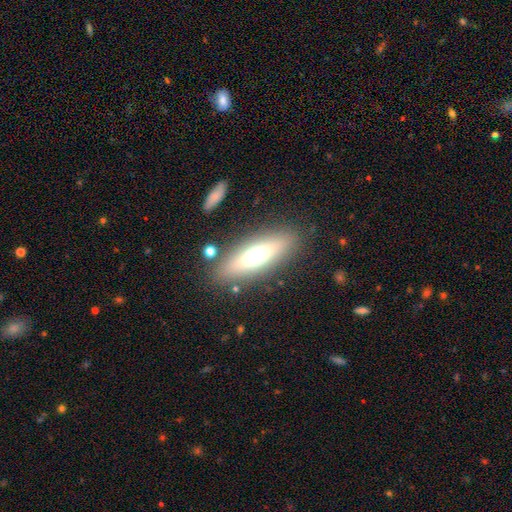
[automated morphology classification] Smooth or featured: smooth — 54% (featured or disk — 36%)
How rounded: in between — 52% (cigar-shaped — 45%)
Merging: none — 83% (minor disturbance — 10%)